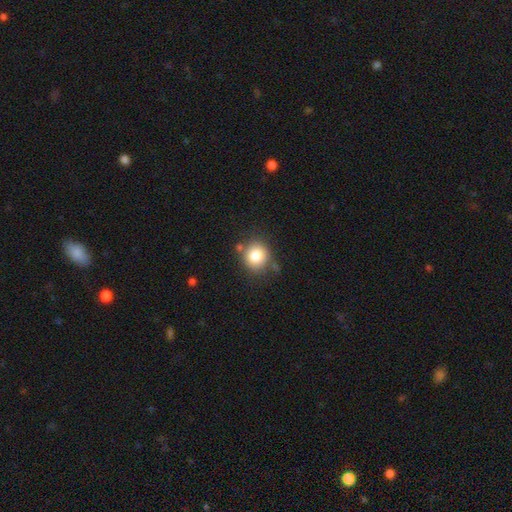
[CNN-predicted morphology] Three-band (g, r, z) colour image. It shows a smooth galaxy with no disk features (81%) that is round (83%). Merging: none (75%).